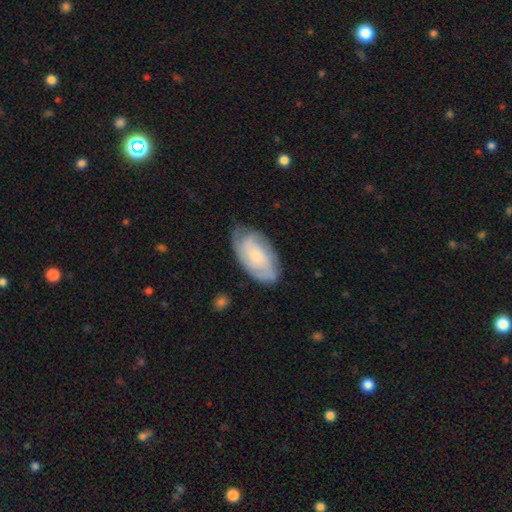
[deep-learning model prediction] Smooth or featured?
  - featured or disk: 62% *
  - smooth: 31%
  - star or artifact: 6%
Edge-on disk?
  - no: 95% *
  - yes: 5%
Bar?
  - no: 72% *
  - weak: 24%
  - strong: 4%
Spiral arms?
  - yes: 91% *
  - no: 9%
Spiral winding?
  - tight: 58% *
  - medium: 32%
  - loose: 10%
Spiral arm count?
  - can't tell: 39% *
  - 2: 26%
  - 3: 20%
  - 4: 7%
  - 1: 5%
  - more than 4: 4%
Bulge size?
  - small: 52% *
  - moderate: 30%
  - none: 11%
  - large: 6%
  - dominant: 2%
Merging?
  - none: 72% *
  - minor disturbance: 21%
  - major disturbance: 6%
  - merger: 1%